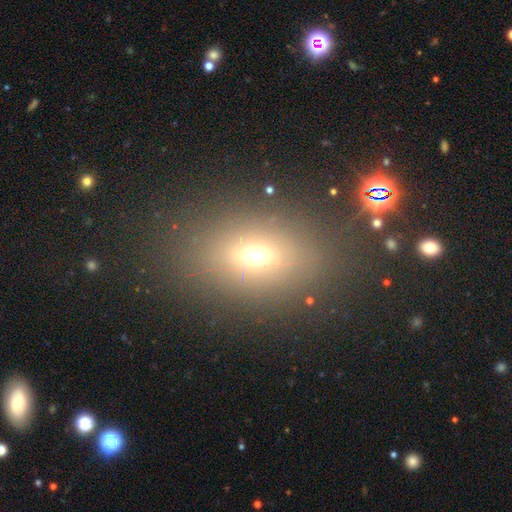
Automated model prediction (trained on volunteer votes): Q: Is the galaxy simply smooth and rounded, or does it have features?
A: smooth — 62%.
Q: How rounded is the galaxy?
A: in between — 74%.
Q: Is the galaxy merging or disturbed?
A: none — 80%.